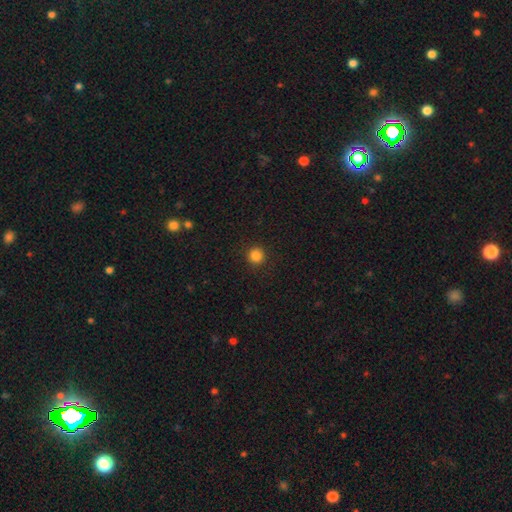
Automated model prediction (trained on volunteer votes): Smooth or featured? Predicted: smooth (p=0.84). How rounded? Predicted: round (p=0.94). Merging? Predicted: none (p=0.92).